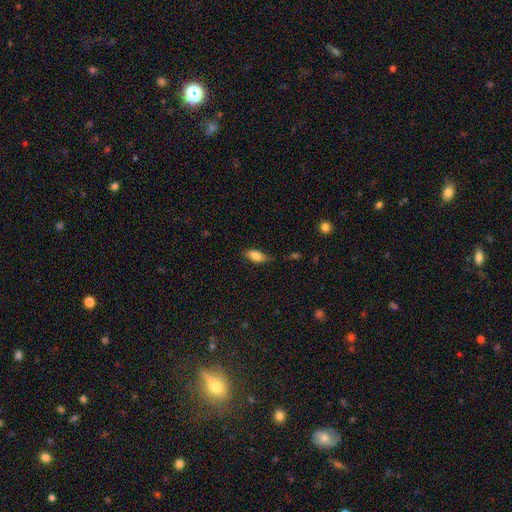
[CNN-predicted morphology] This is clearly a smooth galaxy (82%). How rounded: clearly in between (85%). Merging: likely none (65%).